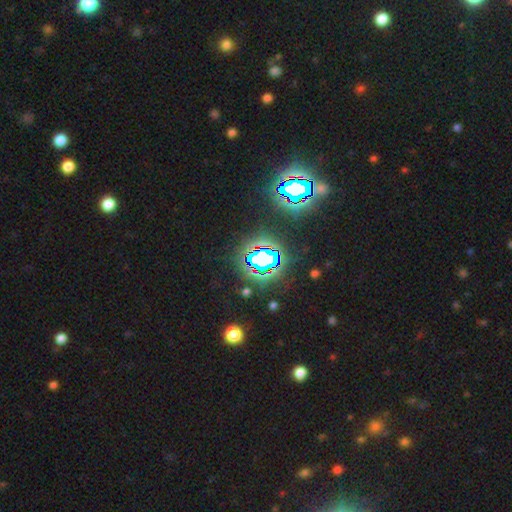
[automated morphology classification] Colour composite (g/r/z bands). It shows a star or artifact, not a galaxy (81%).